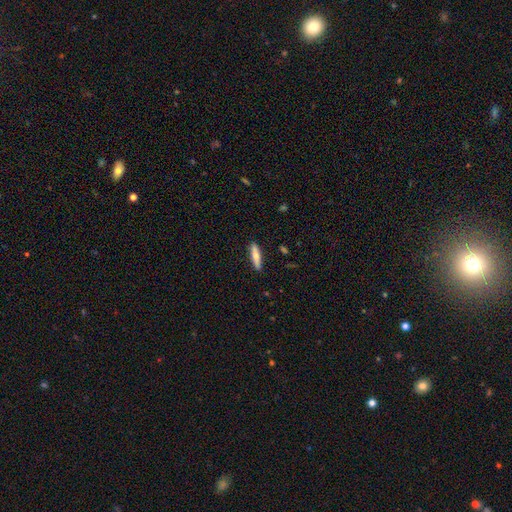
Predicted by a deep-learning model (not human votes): A smooth galaxy with no disk features (65%) that is cigar-shaped (79%). Merging: none (89%).